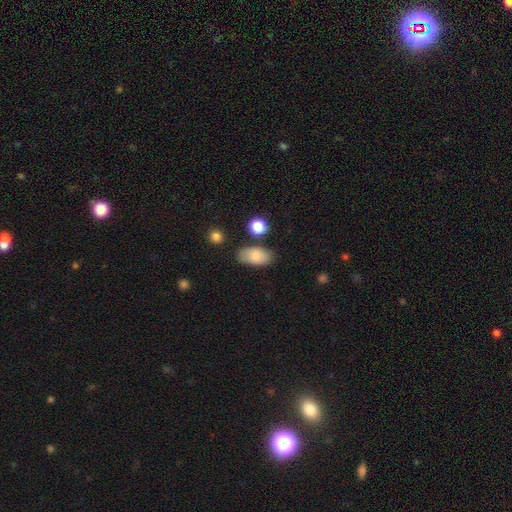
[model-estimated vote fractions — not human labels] smooth_or_featured: smooth (p=0.82) [alt: featured or disk p=0.11]
how_rounded: in between (p=0.92) [alt: round p=0.05]
merging: none (p=0.76) [alt: minor disturbance p=0.15]